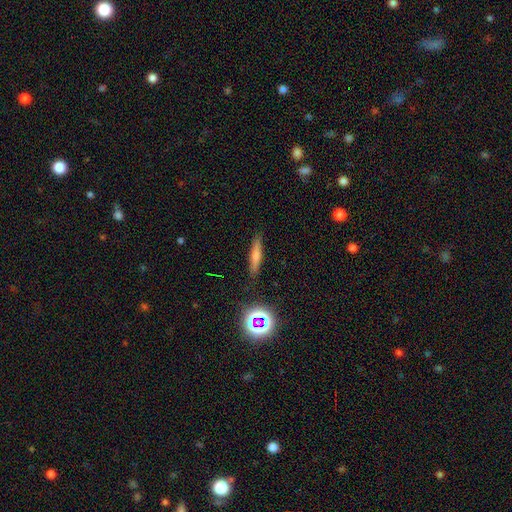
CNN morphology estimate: A smooth galaxy with no disk features (61%) that is cigar-shaped (86%). Merging: none (87%).